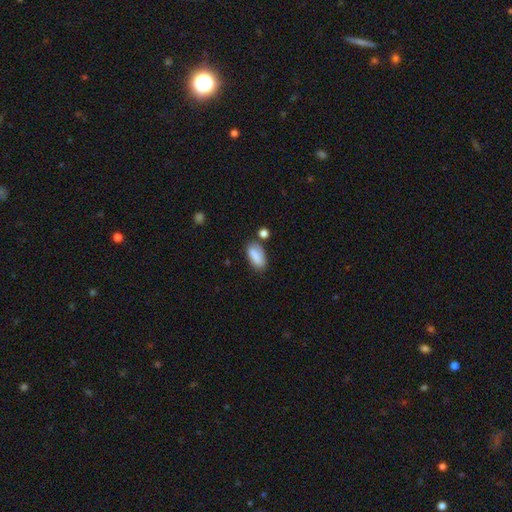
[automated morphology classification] type=smooth (83%); roundness=in between (87%); merging=none (66%).